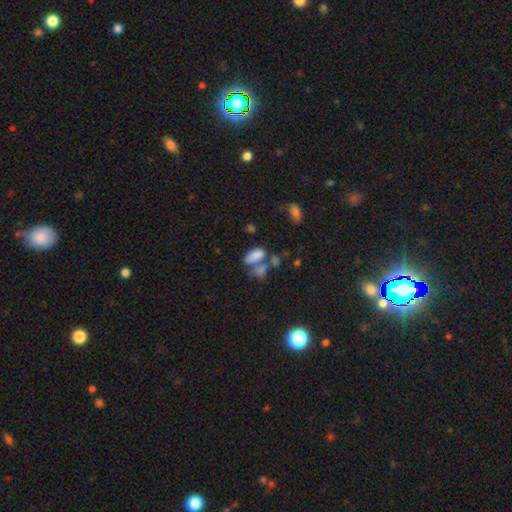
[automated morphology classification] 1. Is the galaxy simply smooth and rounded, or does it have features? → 77% smooth, 13% featured or disk, 11% star or artifact.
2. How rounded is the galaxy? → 91% in between, 5% cigar-shaped, 5% round.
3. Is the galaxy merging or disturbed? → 48% merger, 30% none, 13% minor disturbance, 9% major disturbance.